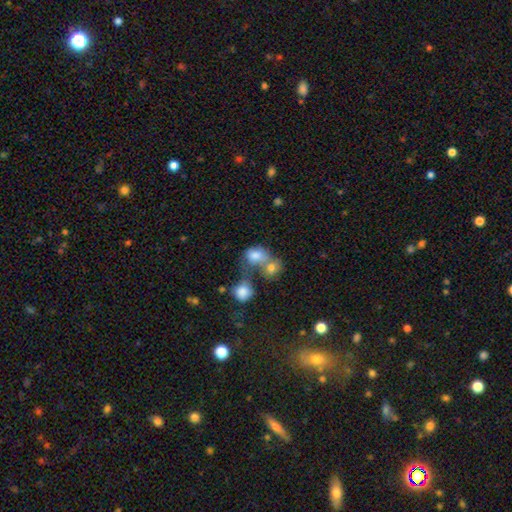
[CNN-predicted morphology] smooth 75%, featured or disk 14%, star or artifact 11%. Down the decision tree: how rounded — in between (53%); merging — merger (60%).